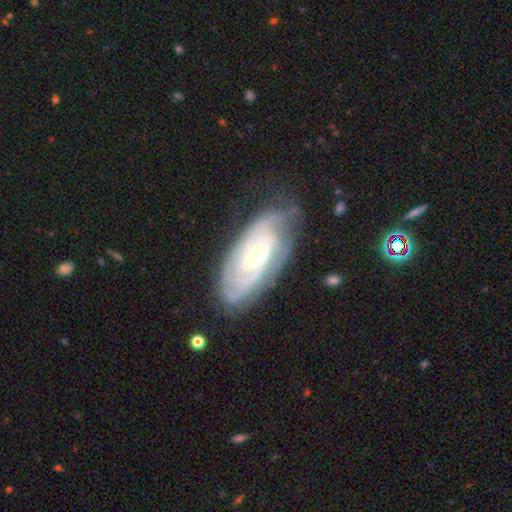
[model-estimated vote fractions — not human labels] Morphology: type=featured or disk (84%); edge-on=no (93%); bar=no (48%); spiral arms=yes (92%); winding=tight (75%); arm count=can't tell (43%); bulge=small (51%); merging=none (71%).